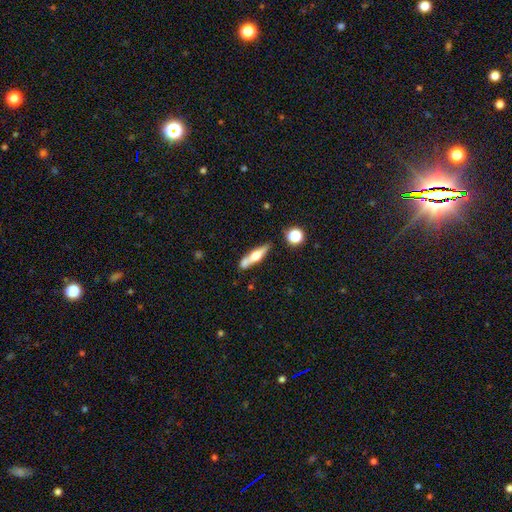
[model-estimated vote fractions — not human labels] Q: Smooth or featured?
A: featured or disk (52%); runner-up: smooth (42%)
Q: Edge-on disk?
A: yes (91%); runner-up: no (9%)
Q: Merging?
A: none (69%); runner-up: minor disturbance (14%)